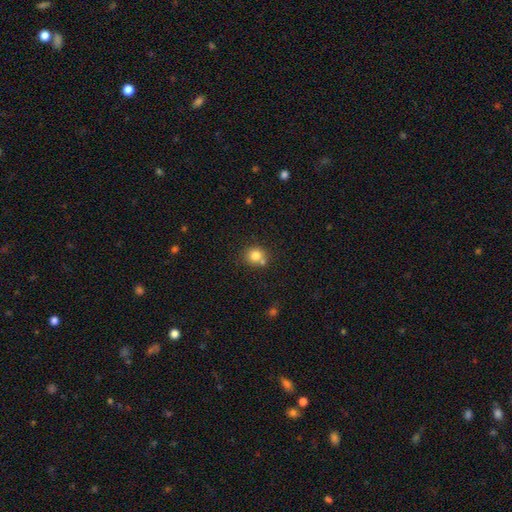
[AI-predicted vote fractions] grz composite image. It shows a smooth galaxy with no disk features (80%) that is round (83%). Merging: none (60%).